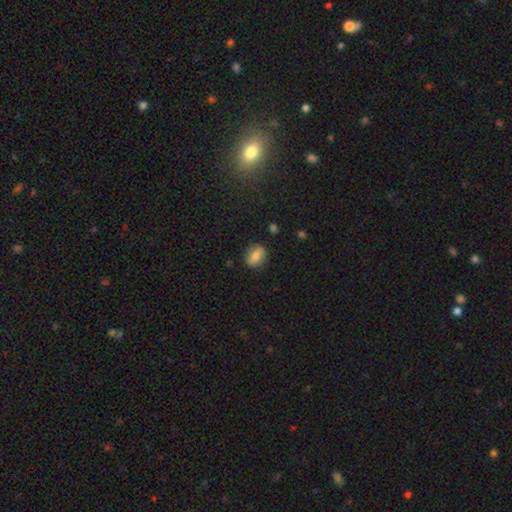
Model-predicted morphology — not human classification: The model was most divided on "how rounded": in between: 63%, round: 35%, cigar-shaped: 3%. More confident: merging — none (83%); smooth or featured — smooth (73%).